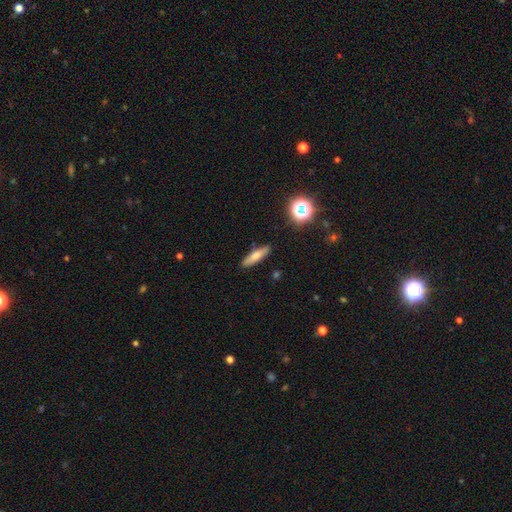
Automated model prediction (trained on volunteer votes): This appears to be a smooth galaxy with no disk features (70%) that is cigar-shaped (71%). Merging: none (87%).